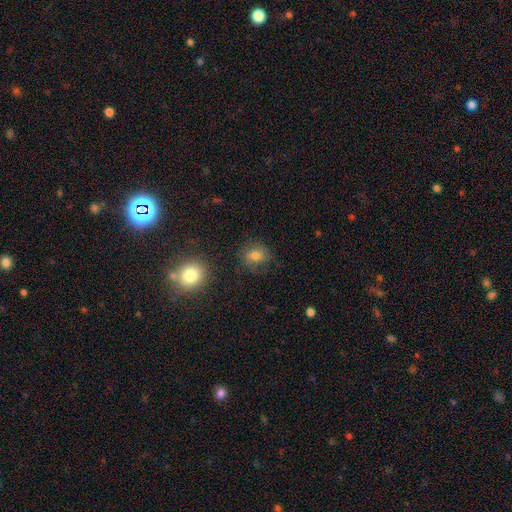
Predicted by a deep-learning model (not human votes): smooth 74%, star or artifact 14%, featured or disk 13%. Down the decision tree: how rounded — round (73%); merging — none (76%).